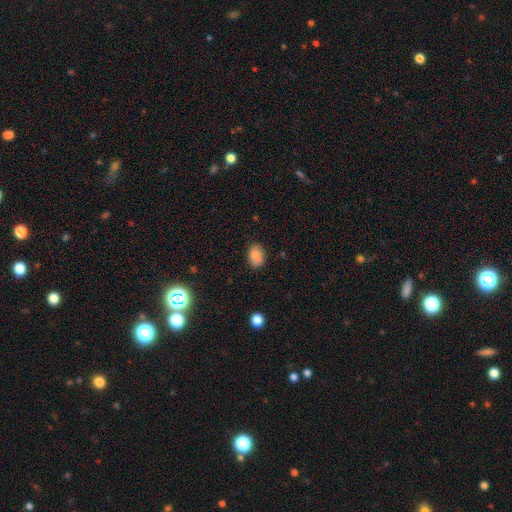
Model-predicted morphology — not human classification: This is clearly a smooth galaxy (84%). How rounded: clearly in between (83%). Merging: clearly none (80%).